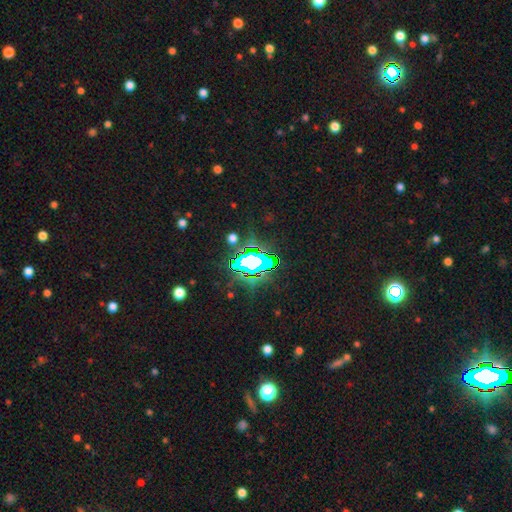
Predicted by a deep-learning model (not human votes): The model was most divided on "smooth or featured": star or artifact: 77%, smooth: 14%, featured or disk: 9%.